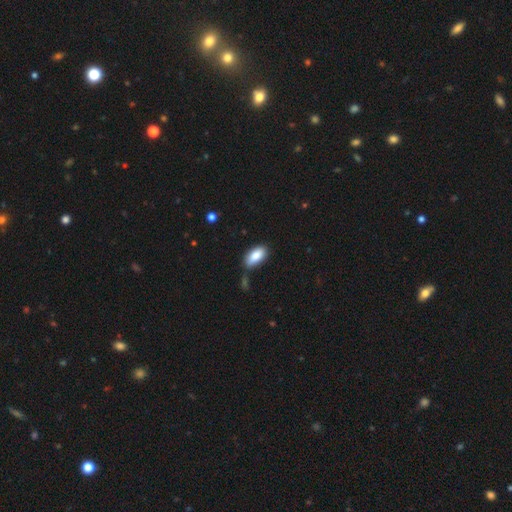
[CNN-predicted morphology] smooth-or-featured: smooth: 86% | featured or disk: 8% | star or artifact: 7%
  how-rounded: in between: 92% | cigar-shaped: 6% | round: 2%
  merging: none: 71% | minor disturbance: 19% | merger: 6% | major disturbance: 4%